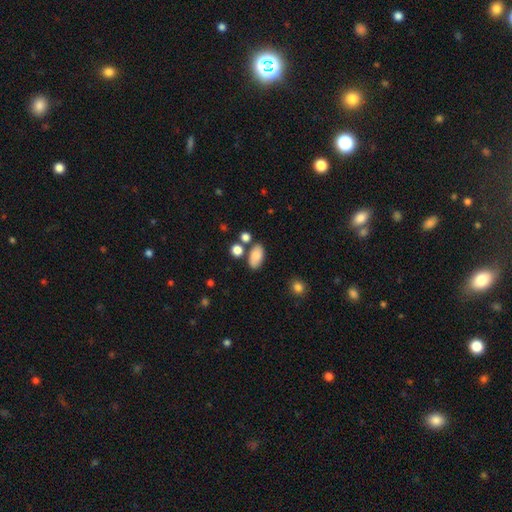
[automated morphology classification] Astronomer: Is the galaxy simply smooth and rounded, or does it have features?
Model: smooth — 79%.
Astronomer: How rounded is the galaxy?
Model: in between — 91%.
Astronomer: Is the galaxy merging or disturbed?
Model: none — 68%.